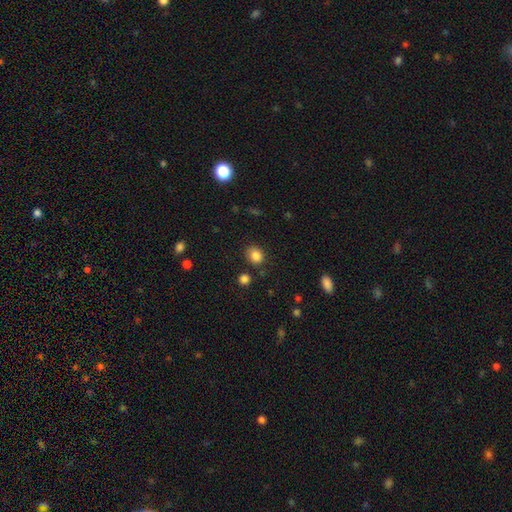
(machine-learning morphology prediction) A smooth galaxy with no disk features (84%) that is round (62%). Merging: none (80%).